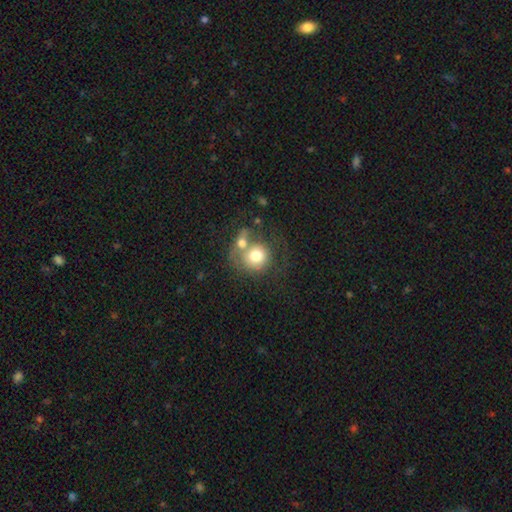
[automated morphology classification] smooth-or-featured: smooth: 68% | featured or disk: 24% | star or artifact: 8%
  how-rounded: round: 82% | in between: 17% | cigar-shaped: 1%
  merging: merger: 48% | none: 28% | major disturbance: 12% | minor disturbance: 11%